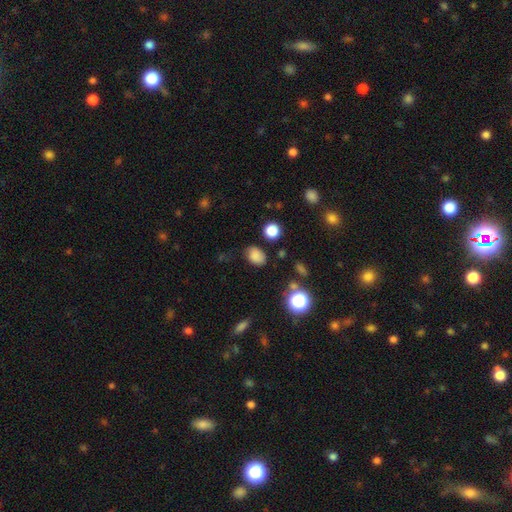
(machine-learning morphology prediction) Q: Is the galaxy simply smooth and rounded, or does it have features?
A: smooth — 79%.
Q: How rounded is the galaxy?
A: in between — 72%.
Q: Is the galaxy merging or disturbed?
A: none — 74%.